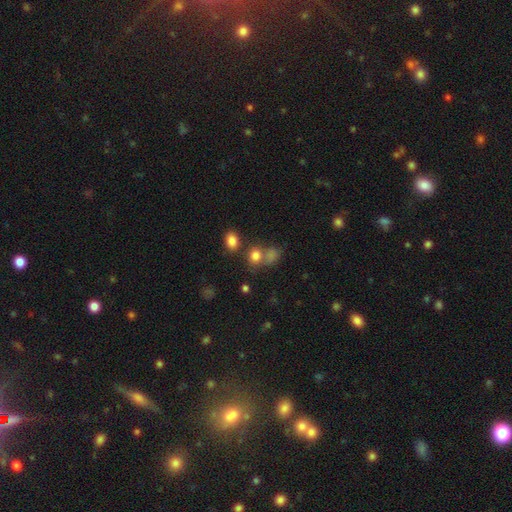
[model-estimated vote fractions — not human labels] smooth_or_featured: smooth (p=0.78) [alt: star or artifact p=0.14]
how_rounded: round (p=0.60) [alt: in between p=0.38]
merging: none (p=0.51) [alt: merger p=0.31]